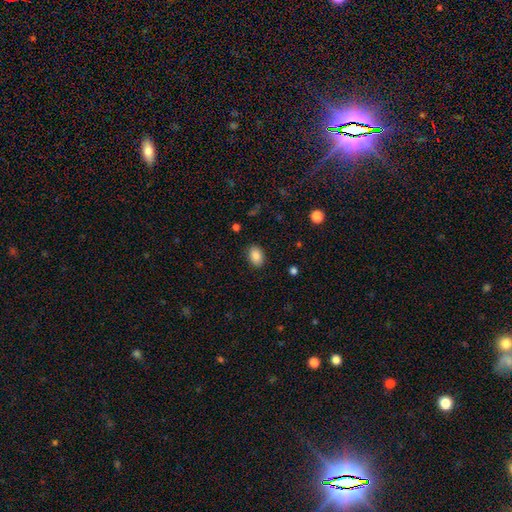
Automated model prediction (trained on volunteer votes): A smooth galaxy with no disk features (87%) that is in between round and cigar-shaped (80%). Merging: none (87%).